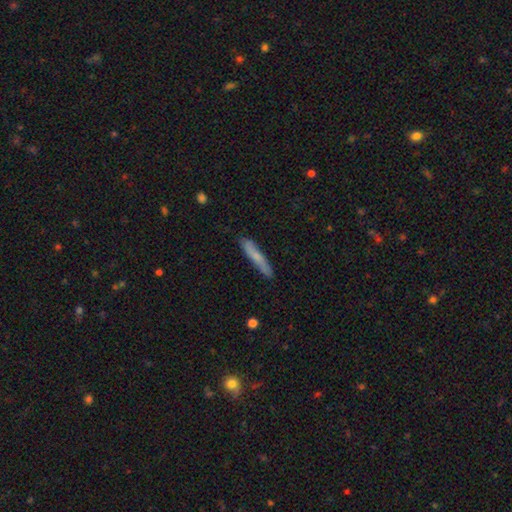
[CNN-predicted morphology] This is likely a smooth galaxy (67%). How rounded: clearly cigar-shaped (93%). Merging: clearly none (84%).